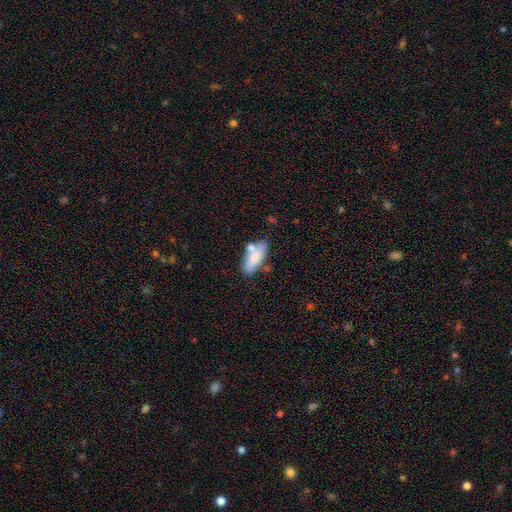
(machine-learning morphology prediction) A smooth galaxy with no disk features (72%) that is in between round and cigar-shaped (71%).

Vote fractions:
- Smooth or featured? smooth: 72% / featured or disk: 21% / star or artifact: 7%
- How rounded? in between: 71% / cigar-shaped: 27% / round: 3%
- Merging? none: 61% / minor disturbance: 19% / merger: 15% / major disturbance: 5%